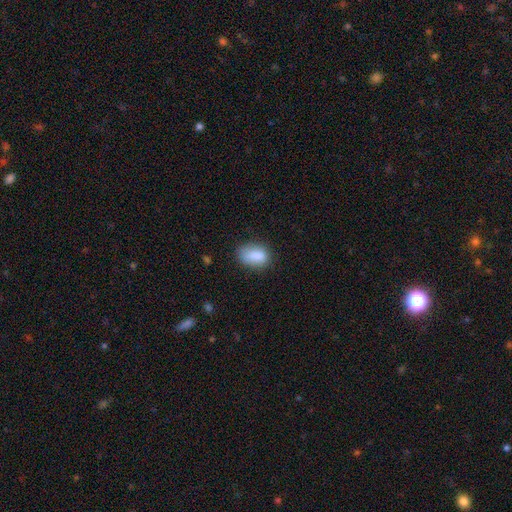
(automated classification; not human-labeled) Smooth or featured? smooth (84%)
How rounded? in between (86%)
Merging? none (65%)